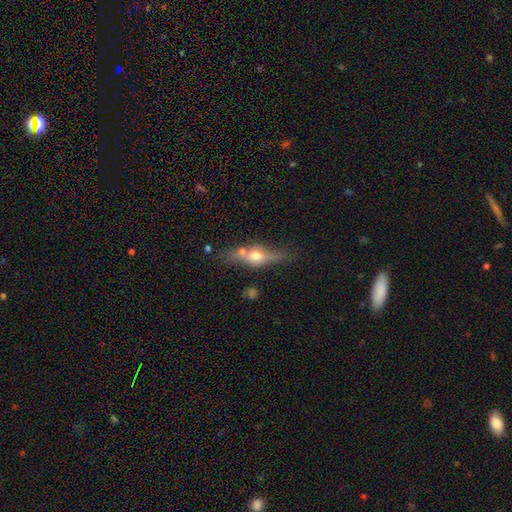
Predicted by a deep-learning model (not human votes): Smooth or featured? featured or disk (59%)
Edge-on disk? yes (84%)
Merging? none (63%)